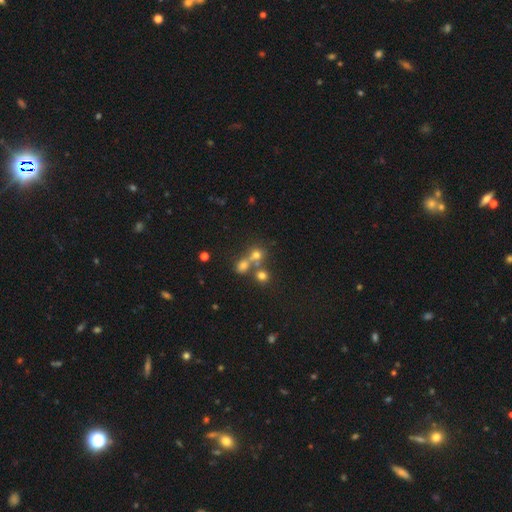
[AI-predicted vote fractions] Smooth or featured? Predicted: smooth (p=0.57). How rounded? Predicted: round (p=0.80). Merging? Predicted: merger (p=0.46).